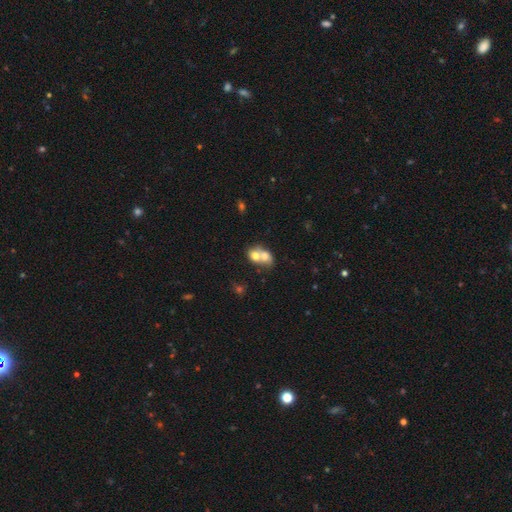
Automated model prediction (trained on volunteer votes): Morphology: type=smooth (65%); roundness=round (51%); merging=merger (74%).